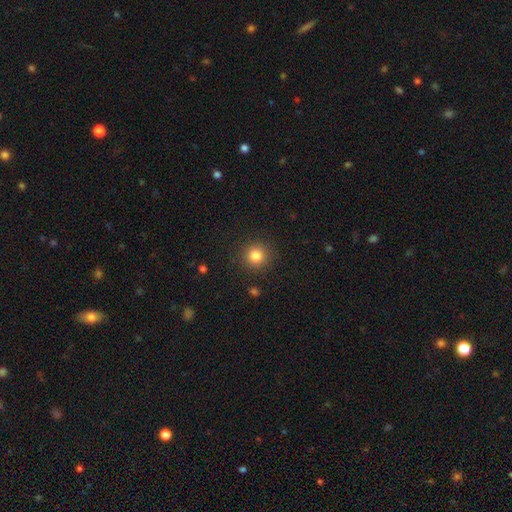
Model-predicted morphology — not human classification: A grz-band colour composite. It shows a smooth galaxy with no disk features (83%) that is round (93%). Merging: none (90%).